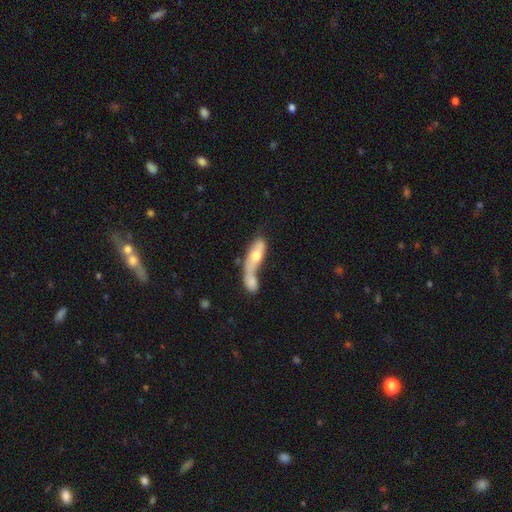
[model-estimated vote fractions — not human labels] Morphology: type=smooth (51%); roundness=in between (56%); merging=merger (67%).